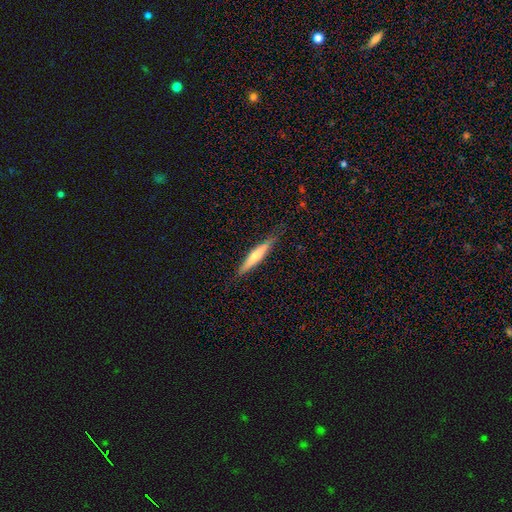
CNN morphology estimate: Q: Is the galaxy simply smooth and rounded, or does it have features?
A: featured or disk — 48%.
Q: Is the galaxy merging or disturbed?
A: none — 83%.